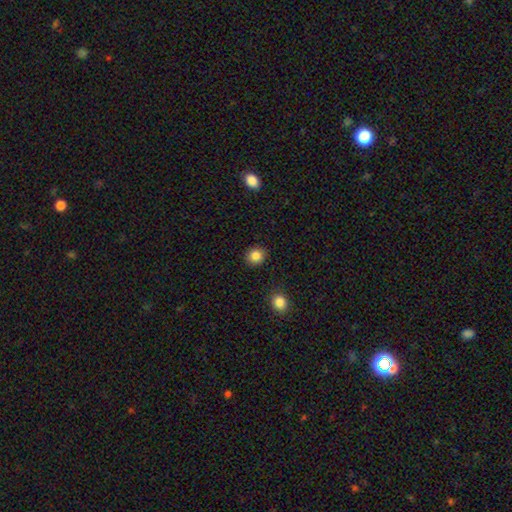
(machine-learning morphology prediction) smooth 86%, star or artifact 10%, featured or disk 4%. Down the decision tree: how rounded — round (85%); merging — none (90%).